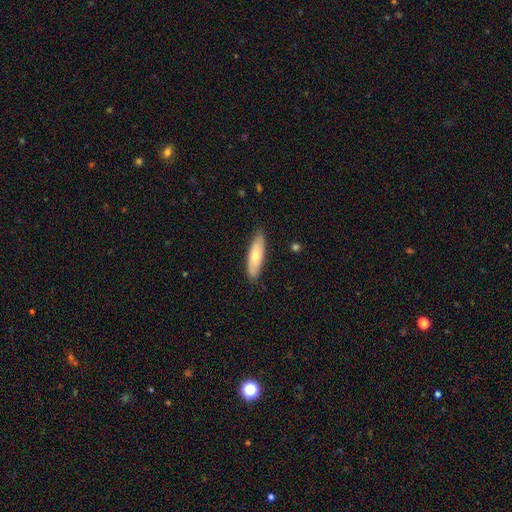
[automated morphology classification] Smooth or featured? Predicted: smooth (p=0.65). How rounded? Predicted: in between (p=0.54). Merging? Predicted: none (p=0.83).